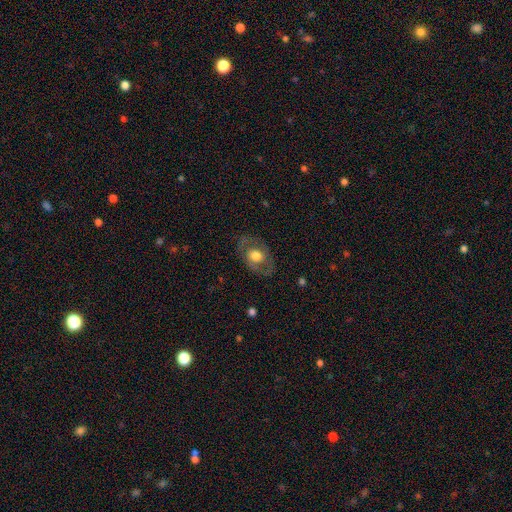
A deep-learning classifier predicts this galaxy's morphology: Smooth or featured? Predicted: featured or disk (p=0.51). Edge-on disk? Predicted: no (p=0.92). Merging? Predicted: none (p=0.75).